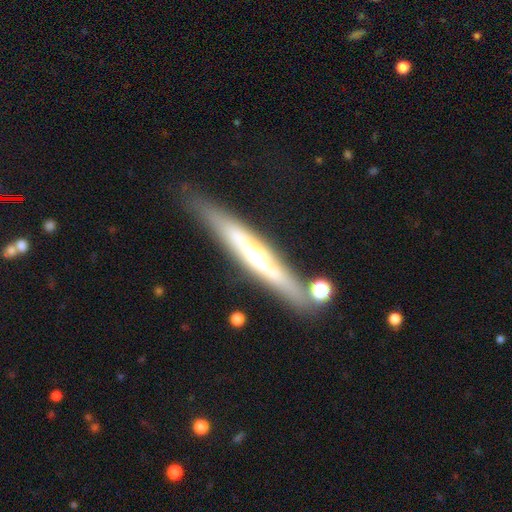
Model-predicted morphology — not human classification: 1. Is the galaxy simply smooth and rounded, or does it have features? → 64% featured or disk, 29% smooth, 7% star or artifact.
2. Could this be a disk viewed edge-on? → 84% yes, 16% no.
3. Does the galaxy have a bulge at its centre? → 56% rounded, 34% none, 11% boxy.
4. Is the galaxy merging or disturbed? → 75% none, 14% minor disturbance, 7% merger, 4% major disturbance.